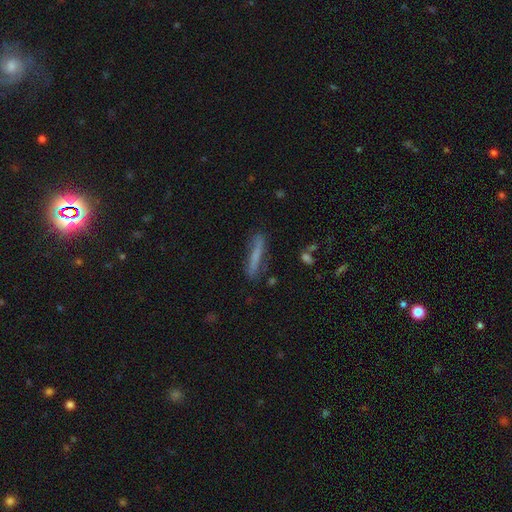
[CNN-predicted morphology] smooth 63%, featured or disk 29%, star or artifact 9%. Down the decision tree: how rounded — cigar-shaped (91%); merging — none (76%).